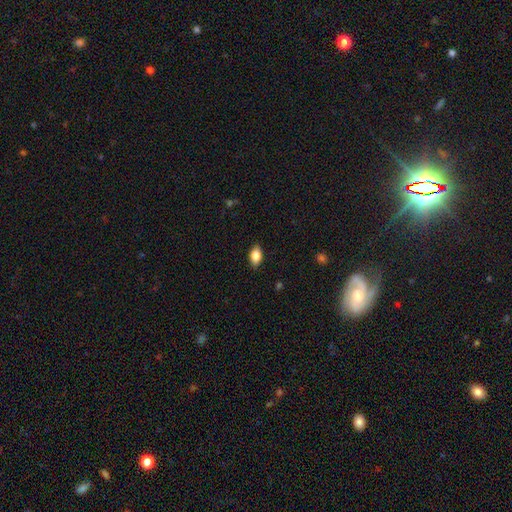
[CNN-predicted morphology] Smooth or featured? Predicted: smooth (p=0.80). How rounded? Predicted: in between (p=0.89). Merging? Predicted: none (p=0.87).